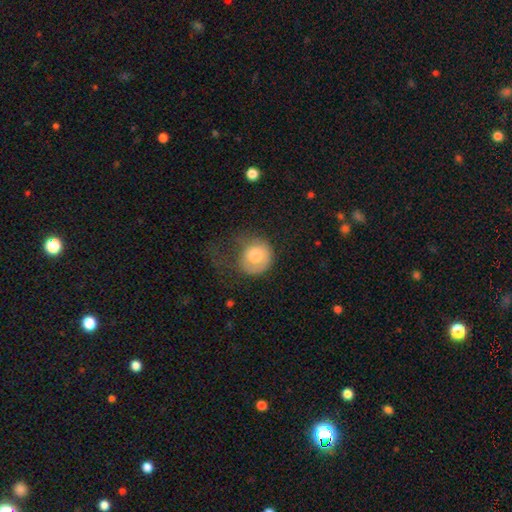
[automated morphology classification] The model was most divided on "merging": none: 37%, major disturbance: 36%, minor disturbance: 25%, merger: 2%. More confident: how rounded — round (82%); smooth or featured — smooth (68%).